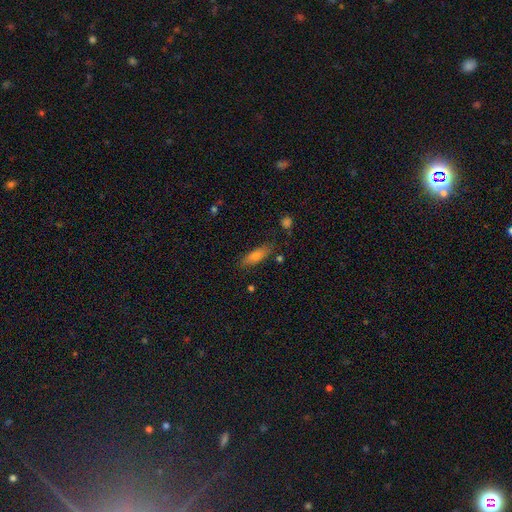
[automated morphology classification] Overall: smooth (69%). How rounded: cigar-shaped (52%; in between 45%). Merging: none (78%).